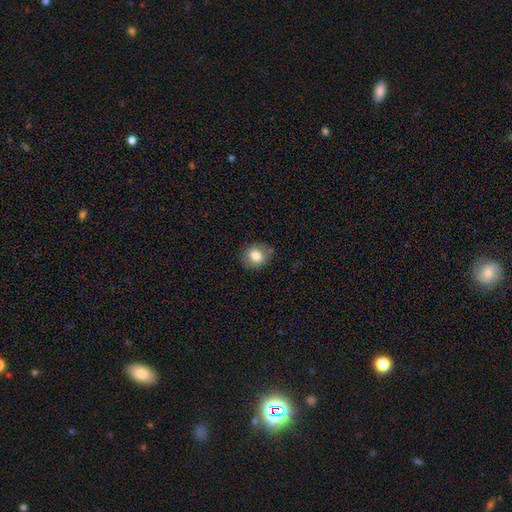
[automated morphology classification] Smooth or featured?
  - smooth: 79% *
  - featured or disk: 12%
  - star or artifact: 9%
How rounded?
  - round: 74% *
  - in between: 25%
  - cigar-shaped: 1%
Merging?
  - none: 78% *
  - minor disturbance: 16%
  - major disturbance: 4%
  - merger: 3%